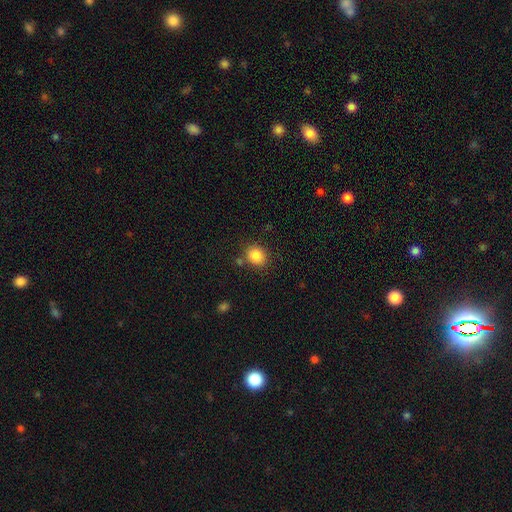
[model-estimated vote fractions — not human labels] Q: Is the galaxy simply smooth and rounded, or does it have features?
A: smooth — 86%.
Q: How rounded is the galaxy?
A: round — 65%.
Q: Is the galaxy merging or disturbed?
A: none — 78%.